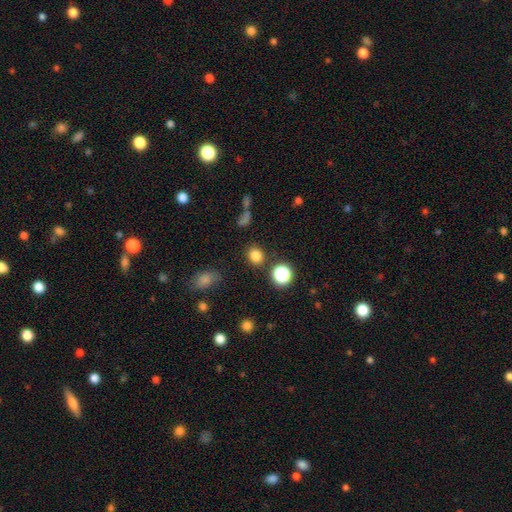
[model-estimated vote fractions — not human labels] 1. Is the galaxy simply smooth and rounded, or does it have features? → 80% smooth, 15% star or artifact, 5% featured or disk.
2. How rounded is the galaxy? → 72% round, 27% in between, 1% cigar-shaped.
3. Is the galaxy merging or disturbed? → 84% none, 9% minor disturbance, 4% merger, 3% major disturbance.